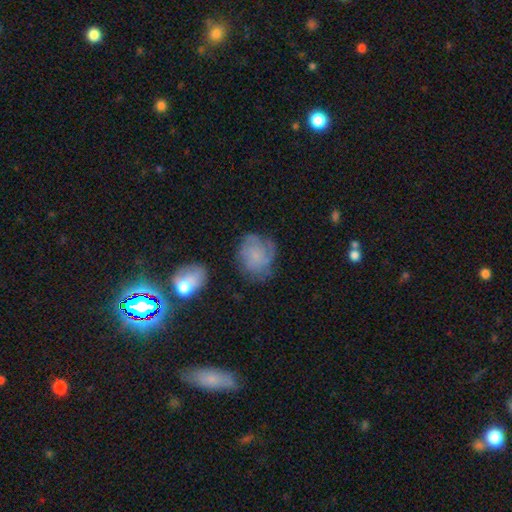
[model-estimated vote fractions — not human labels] Smooth or featured? Predicted: featured or disk (p=0.45, tied with smooth). Merging? Predicted: none (p=0.58).